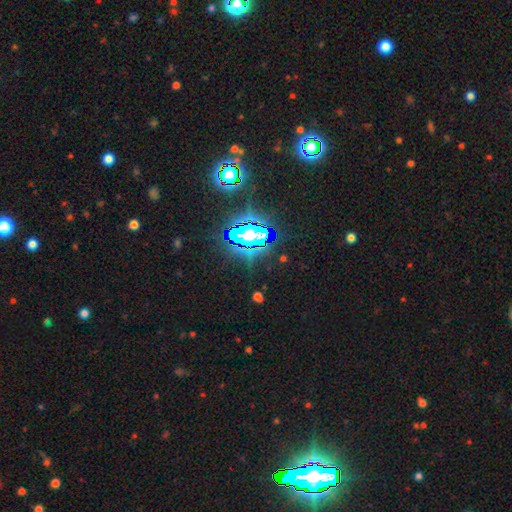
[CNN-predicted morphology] Smooth or featured? star or artifact (83%)